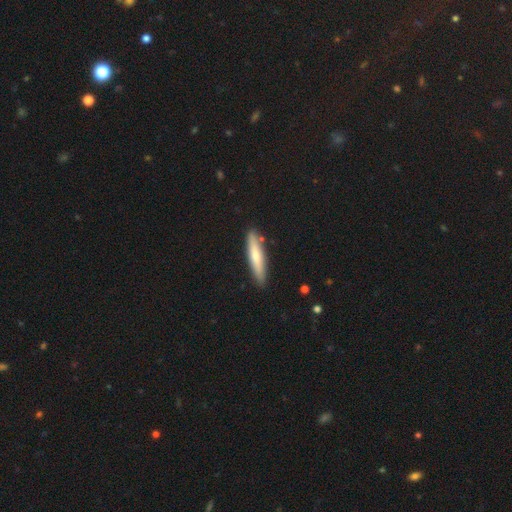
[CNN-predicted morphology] Smooth or featured: smooth — 67% (featured or disk — 27%)
How rounded: cigar-shaped — 87% (in between — 12%)
Merging: none — 86% (minor disturbance — 10%)